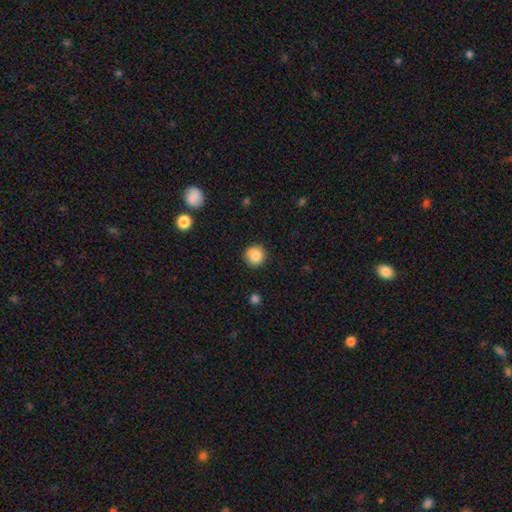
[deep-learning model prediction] Smooth or featured? Predicted: smooth (p=0.84). How rounded? Predicted: round (p=0.95). Merging? Predicted: none (p=0.88).